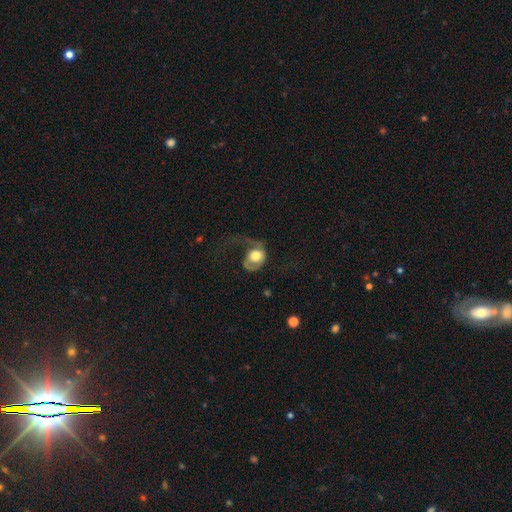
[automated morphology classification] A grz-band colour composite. It shows a featured or disk galaxy (50%). Merging: major disturbance (60%).